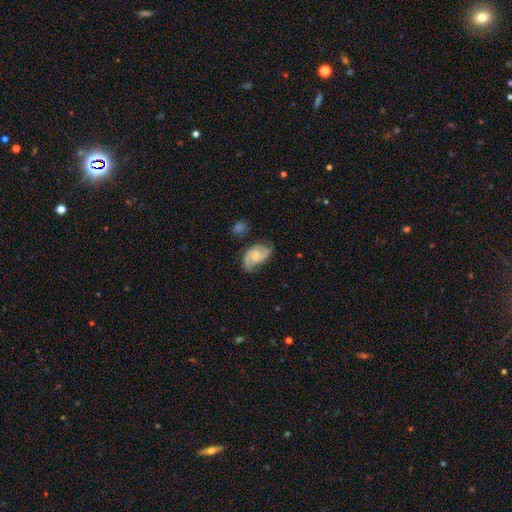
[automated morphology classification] type=featured or disk (69%); edge-on=no (97%); bar=no (63%); spiral arms=yes (92%); winding=medium (46%); arm count=2 (76%); bulge=small (45%); merging=none (53%).